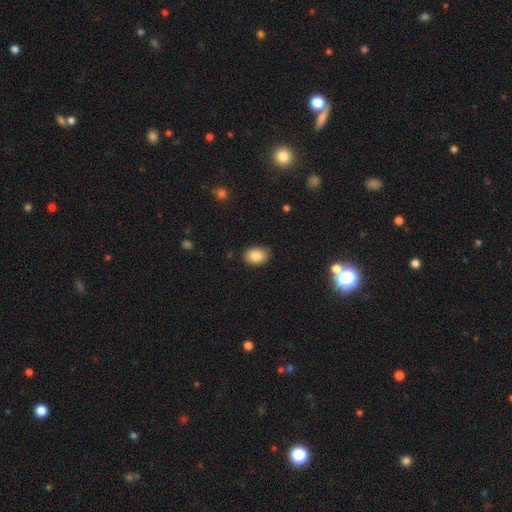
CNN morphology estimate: Smooth or featured: smooth — 85% (star or artifact — 8%)
How rounded: in between — 75% (round — 24%)
Merging: none — 81% (minor disturbance — 15%)